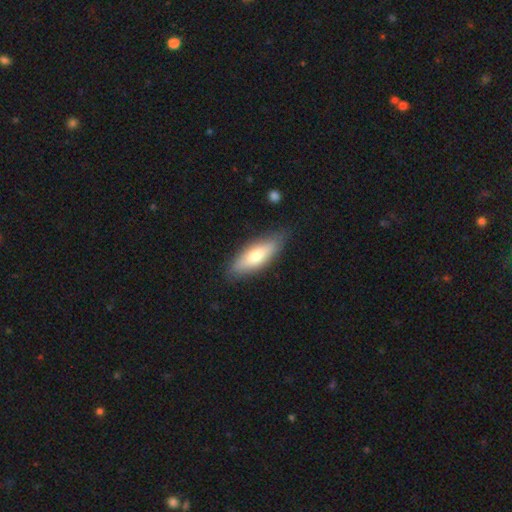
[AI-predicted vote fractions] A smooth galaxy with no disk features (68%) that is in between round and cigar-shaped (59%). Merging: none (80%).